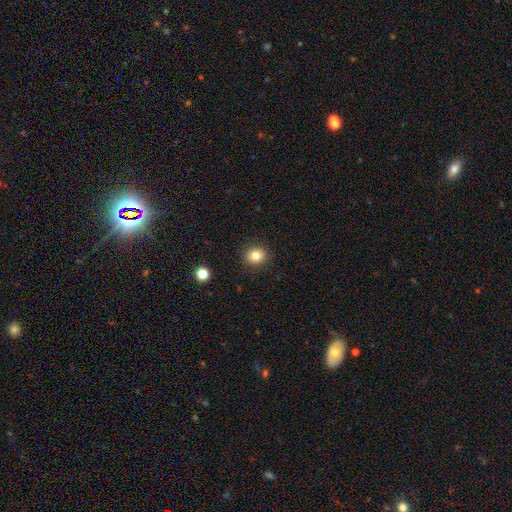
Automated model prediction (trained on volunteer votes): Morphology: type=smooth (81%); roundness=round (82%); merging=none (90%).